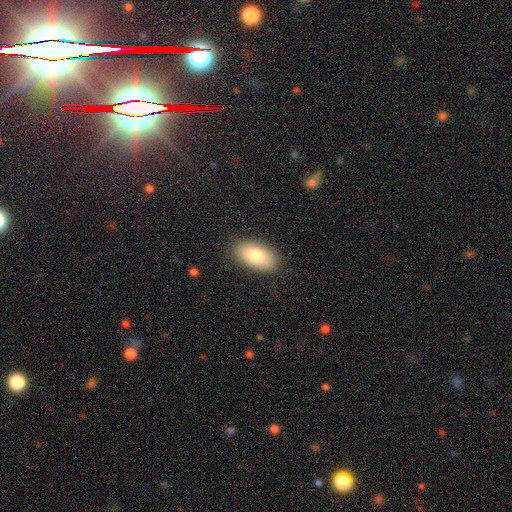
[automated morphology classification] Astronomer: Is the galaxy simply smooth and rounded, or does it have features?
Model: smooth — 79%.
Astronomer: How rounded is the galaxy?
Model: in between — 93%.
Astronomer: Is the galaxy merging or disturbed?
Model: none — 87%.